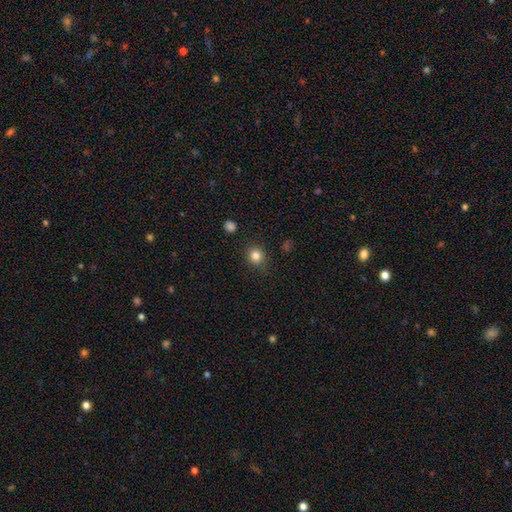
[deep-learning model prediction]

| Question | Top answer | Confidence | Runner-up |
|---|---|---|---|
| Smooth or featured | smooth | 83% | star or artifact (12%) |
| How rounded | round | 86% | in between (13%) |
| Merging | none | 86% | minor disturbance (10%) |